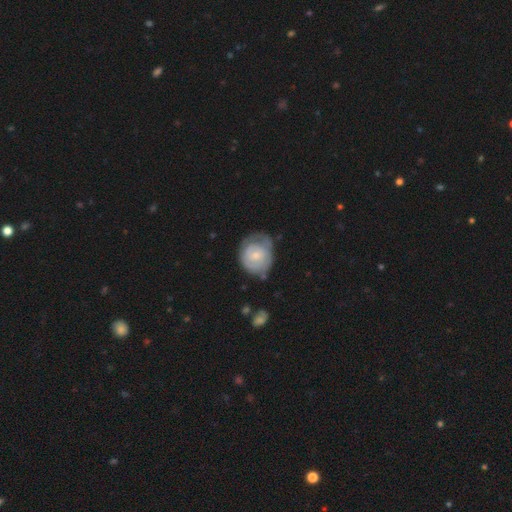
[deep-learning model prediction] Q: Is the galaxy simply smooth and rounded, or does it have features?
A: featured or disk — 54%.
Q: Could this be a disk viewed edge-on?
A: no — 97%.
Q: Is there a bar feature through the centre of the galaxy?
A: no — 73%.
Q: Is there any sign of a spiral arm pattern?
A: yes — 69%.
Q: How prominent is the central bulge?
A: small — 65%.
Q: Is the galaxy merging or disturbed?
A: none — 46%.